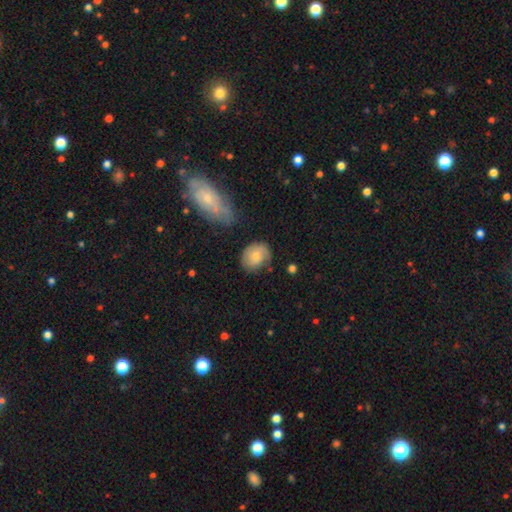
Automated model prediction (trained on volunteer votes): Overall: smooth (63%; featured or disk 30%). How rounded: round (53%; in between 46%). Merging: none (62%; minor disturbance 26%).